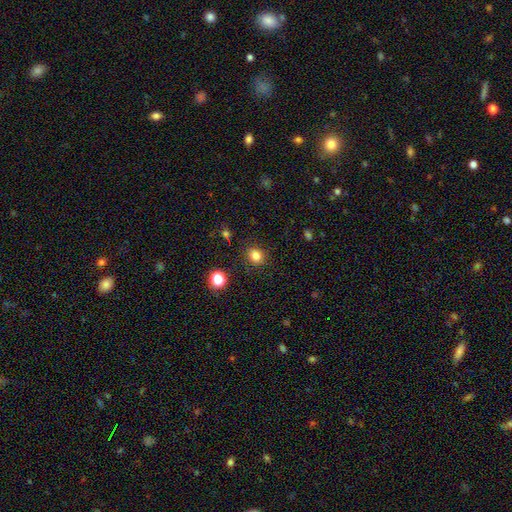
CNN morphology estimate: smooth-or-featured: smooth: 82% | star or artifact: 13% | featured or disk: 5%
  how-rounded: round: 71% | in between: 28% | cigar-shaped: 1%
  merging: none: 88% | minor disturbance: 8% | major disturbance: 3% | merger: 2%